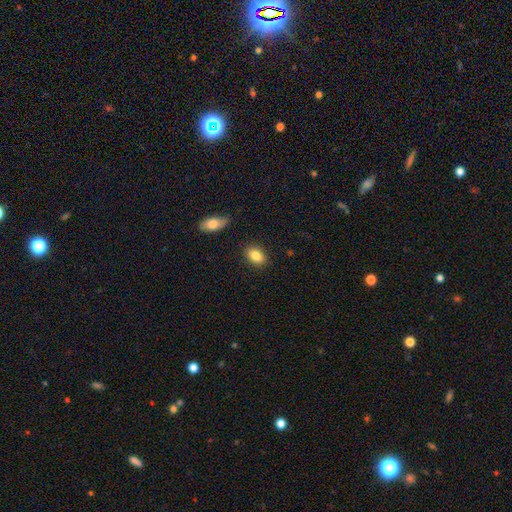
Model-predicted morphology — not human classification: This is clearly a smooth galaxy (85%). How rounded: clearly in between (81%). Merging: clearly none (87%).